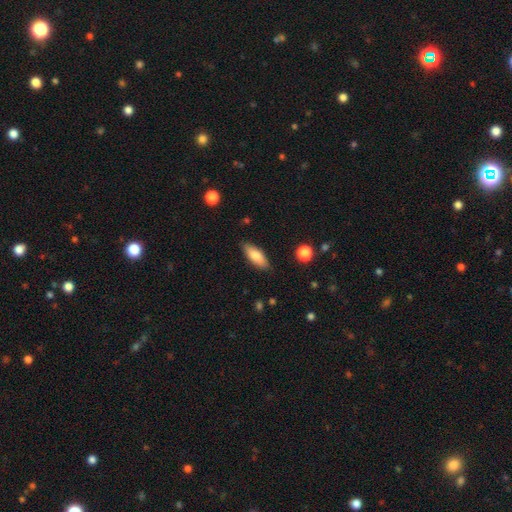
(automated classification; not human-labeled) smooth-or-featured: smooth: 79% | featured or disk: 14% | star or artifact: 6%
  how-rounded: in between: 73% | cigar-shaped: 25% | round: 2%
  merging: none: 85% | minor disturbance: 11% | major disturbance: 2% | merger: 1%